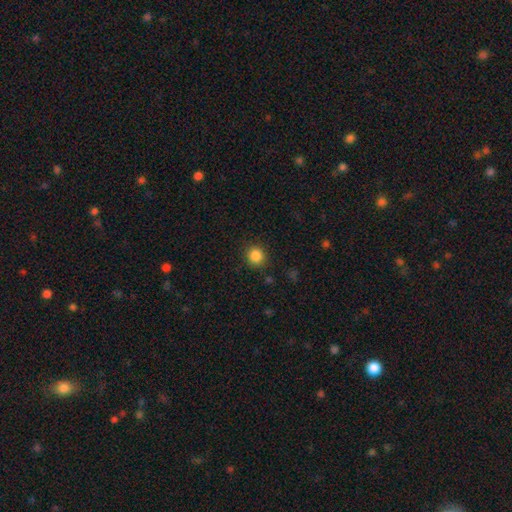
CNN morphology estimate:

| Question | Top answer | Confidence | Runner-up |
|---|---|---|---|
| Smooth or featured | smooth | 85% | star or artifact (11%) |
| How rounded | round | 91% | in between (8%) |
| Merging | none | 89% | minor disturbance (7%) |